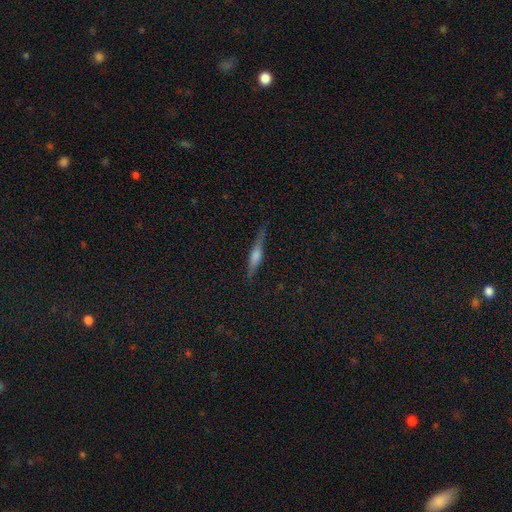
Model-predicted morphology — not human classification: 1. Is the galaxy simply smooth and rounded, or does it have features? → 56% featured or disk, 36% smooth, 9% star or artifact.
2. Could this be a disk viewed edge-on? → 96% yes, 4% no.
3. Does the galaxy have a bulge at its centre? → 72% rounded, 18% boxy, 10% none.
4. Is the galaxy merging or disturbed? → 84% none, 12% minor disturbance, 3% major disturbance, 1% merger.